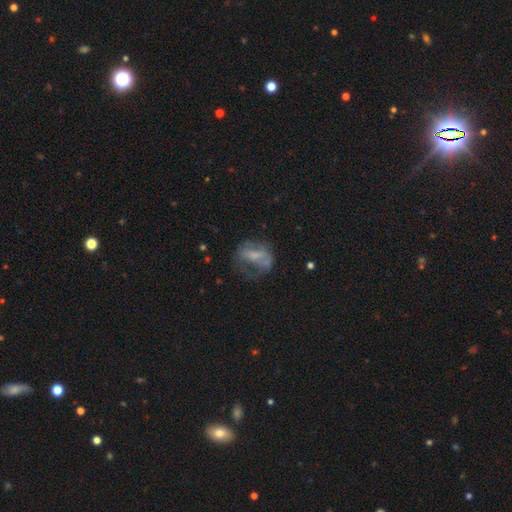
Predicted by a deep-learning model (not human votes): Morphology: type=featured or disk (49%); merging=none (37%, tied with major disturbance).